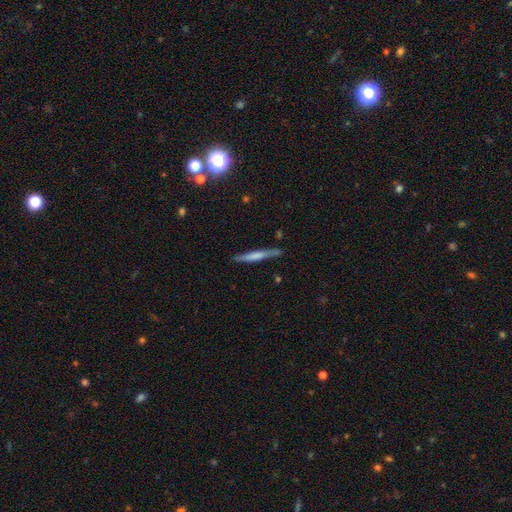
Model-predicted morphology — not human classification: The model was most divided on "smooth or featured": smooth: 54%, featured or disk: 41%, star or artifact: 6%. More confident: how rounded — cigar-shaped (95%); merging — none (83%).